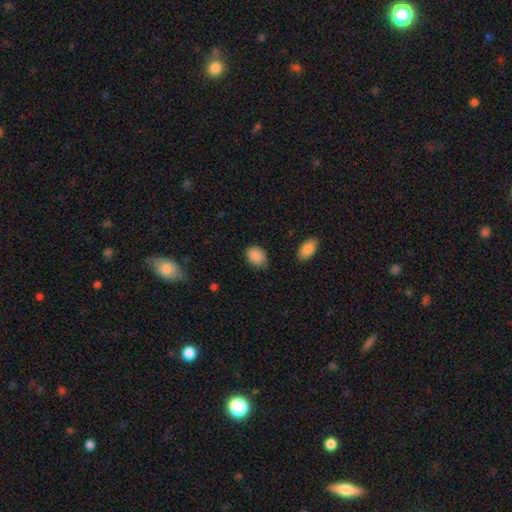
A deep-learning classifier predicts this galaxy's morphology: type=smooth (88%); roundness=in between (65%); merging=none (75%).